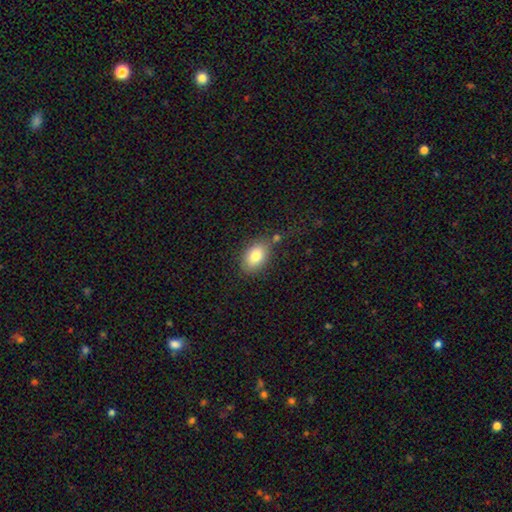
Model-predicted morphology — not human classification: This is clearly a smooth galaxy (81%). How rounded: clearly in between (85%). Merging: likely none (71%).